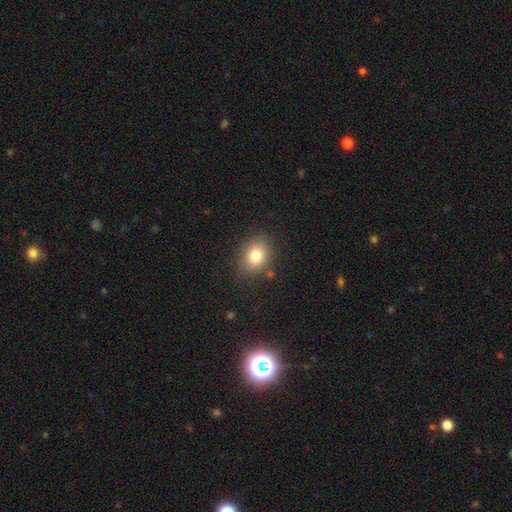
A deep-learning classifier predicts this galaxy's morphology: type=smooth (81%); roundness=in between (56%); merging=none (81%).